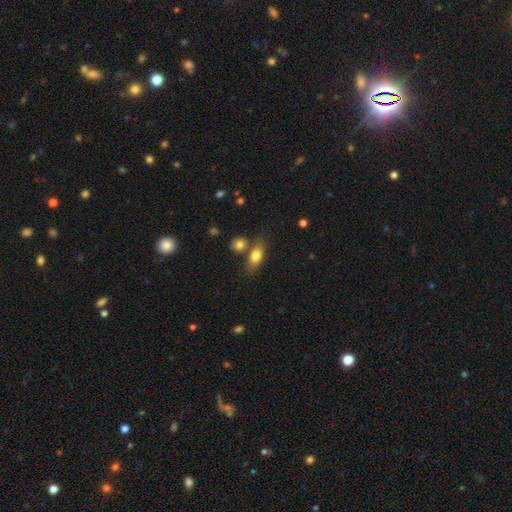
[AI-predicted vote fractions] smooth_or_featured: smooth (p=0.78) [alt: featured or disk p=0.14]
how_rounded: in between (p=0.78) [alt: cigar-shaped p=0.15]
merging: none (p=0.63) [alt: merger p=0.20]